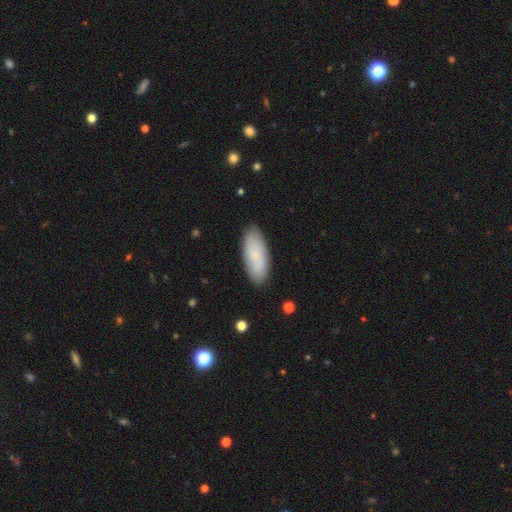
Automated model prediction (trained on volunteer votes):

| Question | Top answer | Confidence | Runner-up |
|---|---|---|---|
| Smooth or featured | smooth | 74% | featured or disk (19%) |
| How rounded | in between | 77% | cigar-shaped (22%) |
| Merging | none | 87% | minor disturbance (10%) |